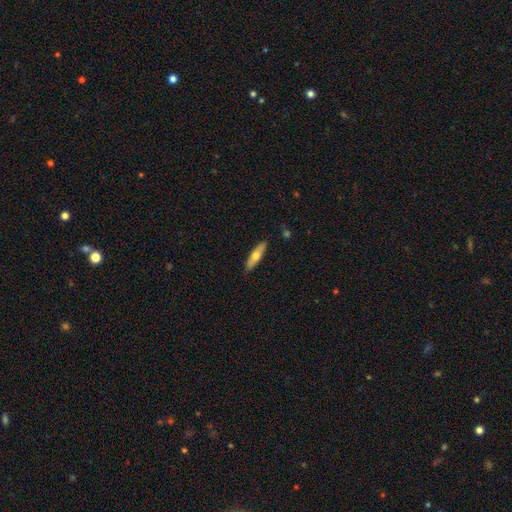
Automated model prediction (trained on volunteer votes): Q: Smooth or featured?
A: smooth (60%); runner-up: featured or disk (35%)
Q: How rounded?
A: cigar-shaped (66%); runner-up: in between (32%)
Q: Merging?
A: none (89%); runner-up: minor disturbance (9%)